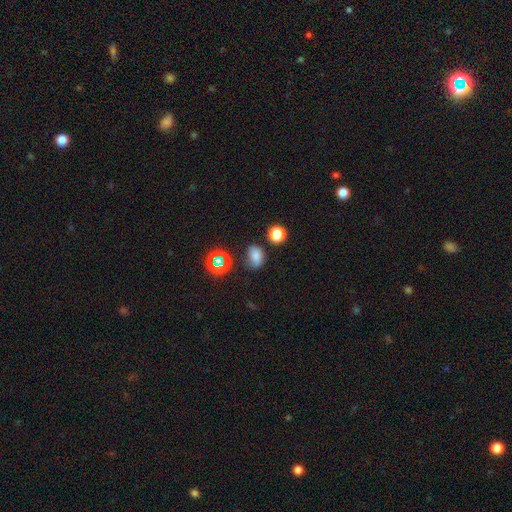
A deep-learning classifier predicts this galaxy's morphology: The model was most divided on "how rounded": in between: 69%, round: 30%, cigar-shaped: 1%. More confident: smooth or featured — smooth (72%); merging — none (66%).